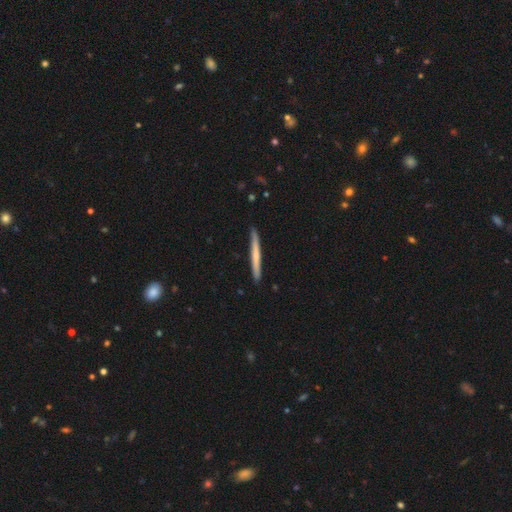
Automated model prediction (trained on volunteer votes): A smooth galaxy with no disk features (55%) that is cigar-shaped (97%). Merging: none (90%).